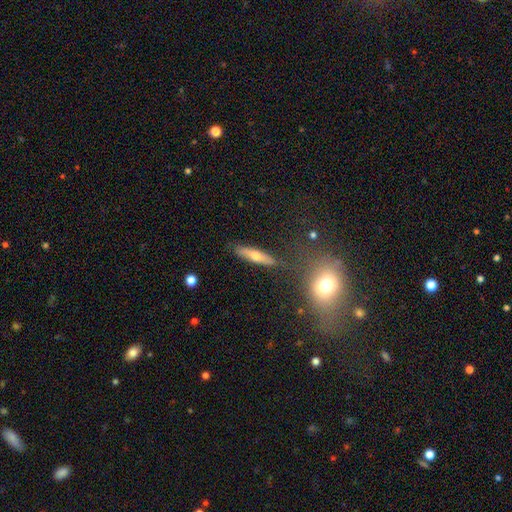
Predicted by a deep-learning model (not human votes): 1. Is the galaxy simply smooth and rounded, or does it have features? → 46% featured or disk, 44% smooth, 10% star or artifact.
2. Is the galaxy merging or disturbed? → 82% none, 11% minor disturbance, 4% merger, 3% major disturbance.